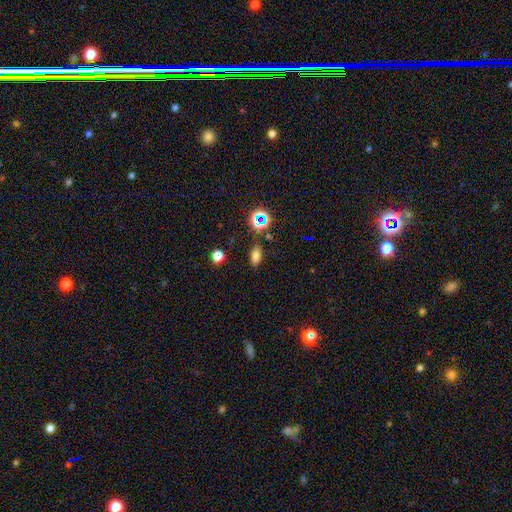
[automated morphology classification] smooth 71%, star or artifact 20%, featured or disk 10%. Down the decision tree: how rounded — in between (84%); merging — none (84%).